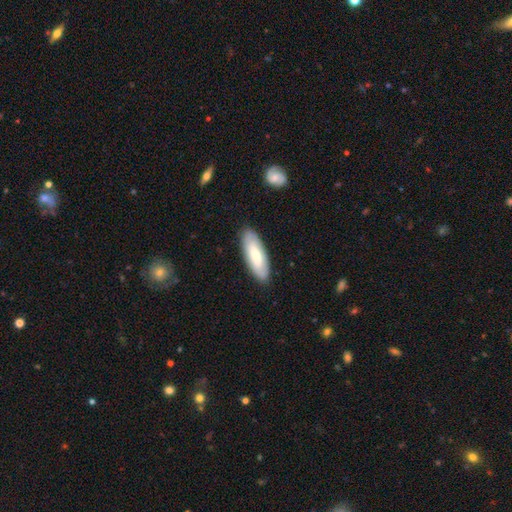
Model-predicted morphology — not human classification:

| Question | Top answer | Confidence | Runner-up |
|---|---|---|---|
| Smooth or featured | smooth | 70% | featured or disk (24%) |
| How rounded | in between | 70% | cigar-shaped (29%) |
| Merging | none | 87% | minor disturbance (10%) |